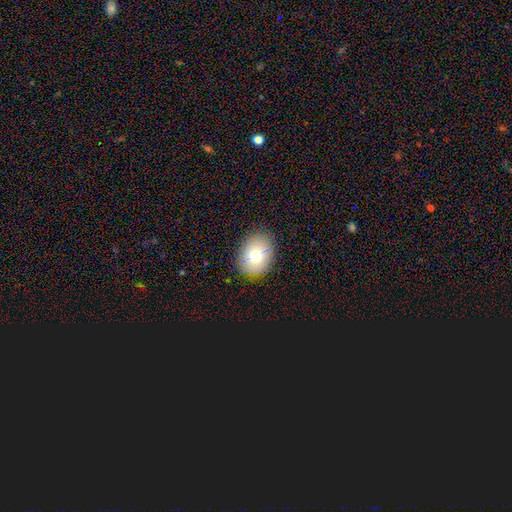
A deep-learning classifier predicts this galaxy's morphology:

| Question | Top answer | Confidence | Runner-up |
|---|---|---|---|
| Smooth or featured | smooth | 74% | featured or disk (15%) |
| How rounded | in between | 58% | round (41%) |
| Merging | none | 87% | minor disturbance (9%) |